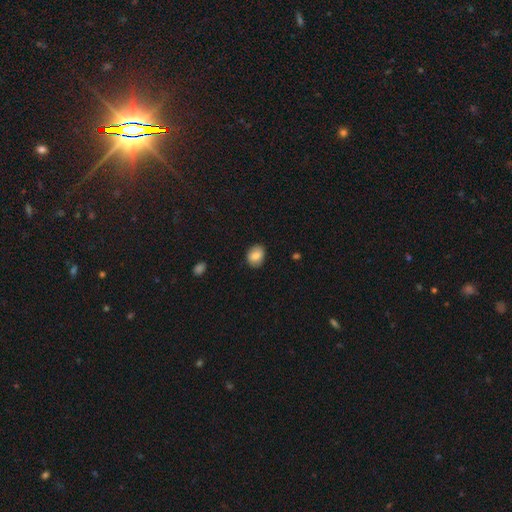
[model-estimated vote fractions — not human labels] Smooth or featured? smooth (82%)
How rounded? in between (51%)
Merging? none (85%)